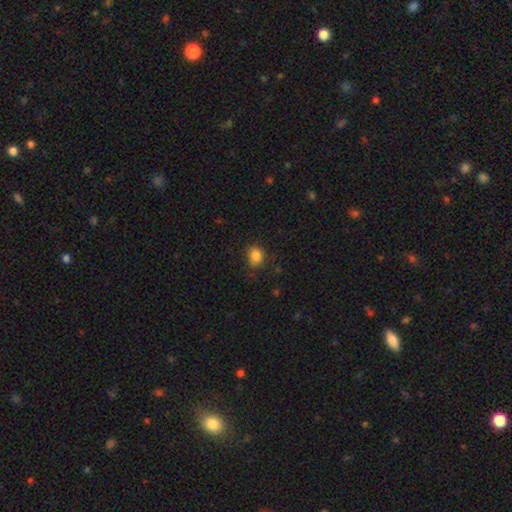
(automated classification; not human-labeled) smooth-or-featured: smooth: 85% | star or artifact: 10% | featured or disk: 5%
  how-rounded: round: 58% | in between: 41% | cigar-shaped: 1%
  merging: none: 76% | minor disturbance: 18% | major disturbance: 4% | merger: 1%